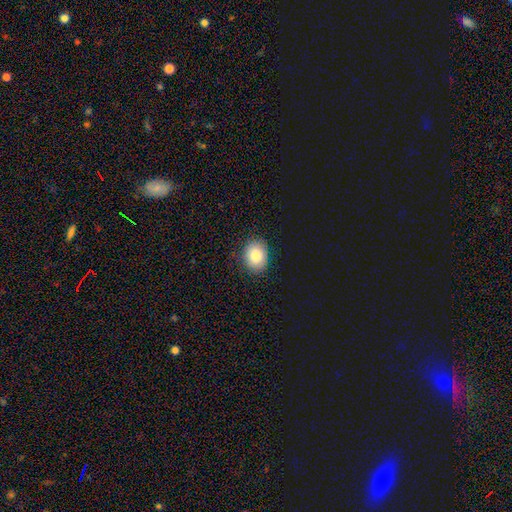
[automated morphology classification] smooth 83%, star or artifact 8%, featured or disk 8%. Down the decision tree: how rounded — in between (51%); merging — none (86%).